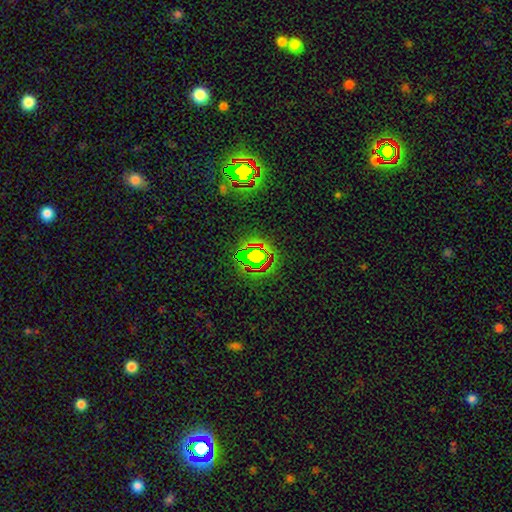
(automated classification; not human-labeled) star or artifact 64%, smooth 23%, featured or disk 13%.